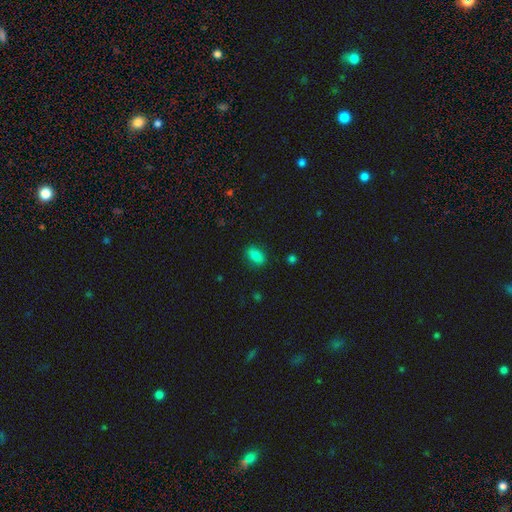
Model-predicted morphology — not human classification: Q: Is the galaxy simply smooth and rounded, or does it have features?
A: smooth — 84%.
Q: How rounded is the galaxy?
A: in between — 85%.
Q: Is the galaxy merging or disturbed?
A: none — 84%.